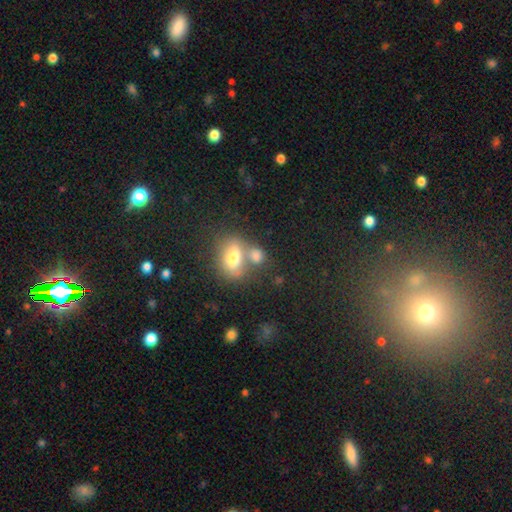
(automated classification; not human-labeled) Q: Smooth or featured?
A: smooth (72%); runner-up: featured or disk (16%)
Q: How rounded?
A: in between (65%); runner-up: round (32%)
Q: Merging?
A: merger (44%); runner-up: none (39%)